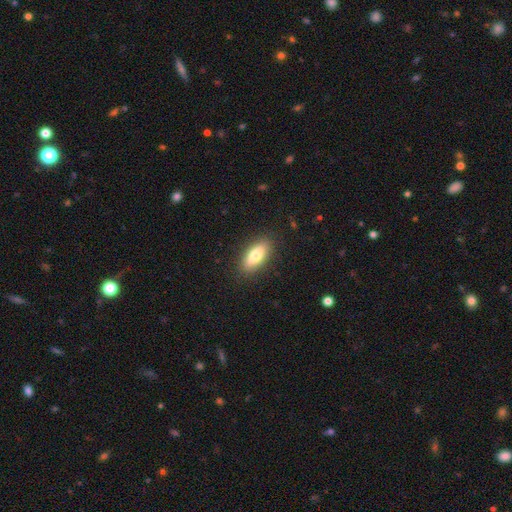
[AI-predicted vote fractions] smooth_or_featured: smooth (p=0.78) [alt: featured or disk p=0.15]
how_rounded: in between (p=0.81) [alt: cigar-shaped p=0.16]
merging: none (p=0.87) [alt: minor disturbance p=0.09]